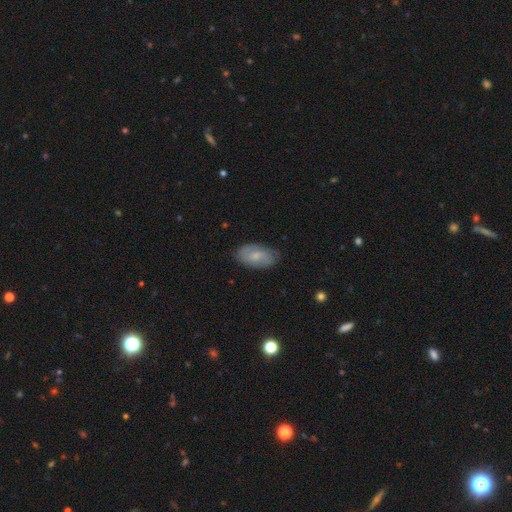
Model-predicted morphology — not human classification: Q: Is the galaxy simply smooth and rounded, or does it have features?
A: smooth — 59%.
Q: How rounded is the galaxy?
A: in between — 93%.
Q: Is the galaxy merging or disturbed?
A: none — 79%.